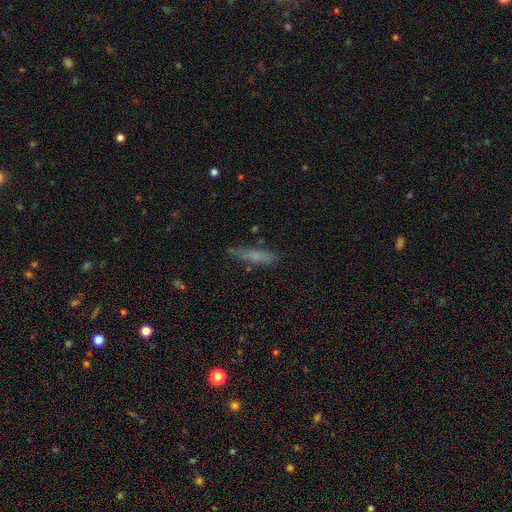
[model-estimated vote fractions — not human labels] Smooth or featured? Predicted: smooth (p=0.69). How rounded? Predicted: cigar-shaped (p=0.88). Merging? Predicted: none (p=0.78).